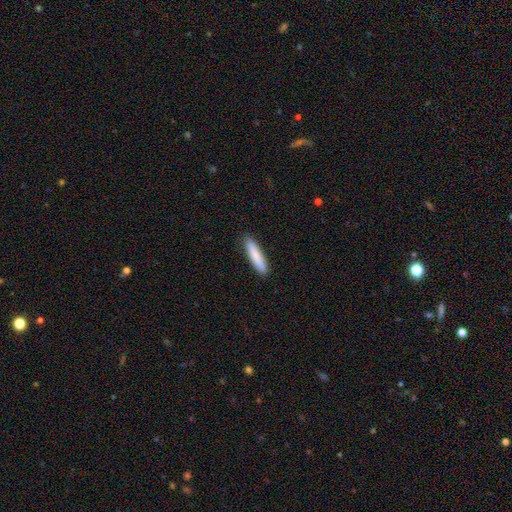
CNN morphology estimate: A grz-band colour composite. It shows a smooth galaxy with no disk features (85%) that is cigar-shaped (86%). Merging: none (89%).